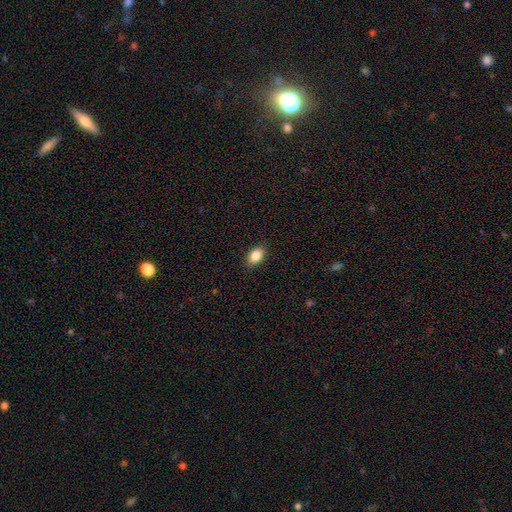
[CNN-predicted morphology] Smooth or featured: smooth — 87% (star or artifact — 8%)
How rounded: in between — 85% (round — 14%)
Merging: none — 88% (minor disturbance — 9%)